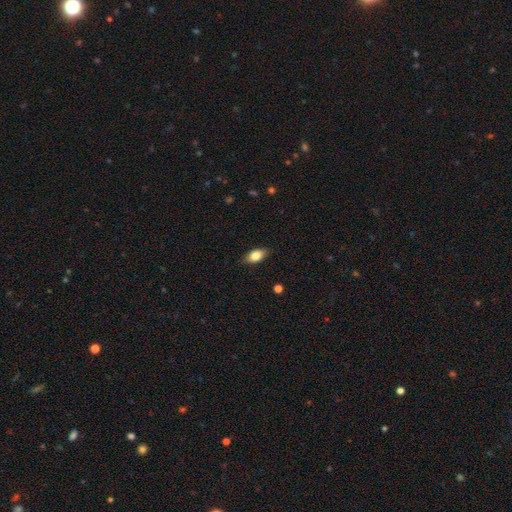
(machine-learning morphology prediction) smooth_or_featured: smooth (p=0.81) [alt: featured or disk p=0.11]
how_rounded: in between (p=0.88) [alt: cigar-shaped p=0.07]
merging: none (p=0.85) [alt: minor disturbance p=0.11]